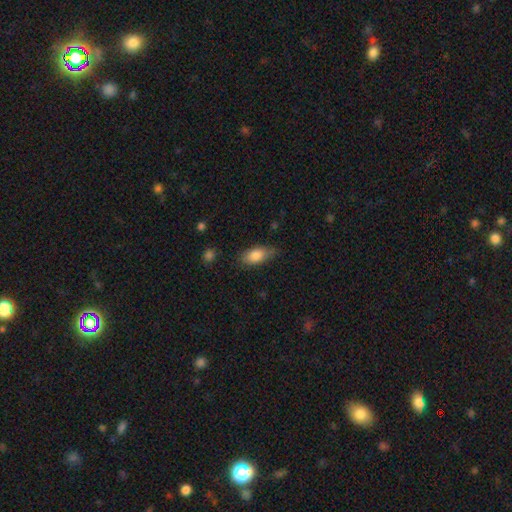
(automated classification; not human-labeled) Smooth or featured? smooth (83%)
How rounded? in between (87%)
Merging? none (71%)